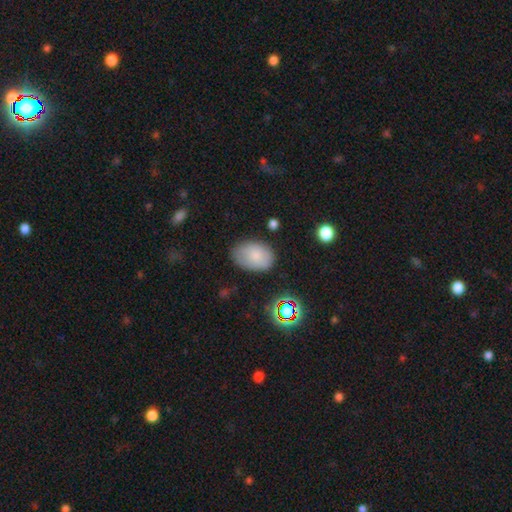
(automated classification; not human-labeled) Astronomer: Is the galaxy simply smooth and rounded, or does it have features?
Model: smooth — 80%.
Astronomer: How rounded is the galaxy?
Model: in between — 86%.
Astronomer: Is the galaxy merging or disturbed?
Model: none — 73%.